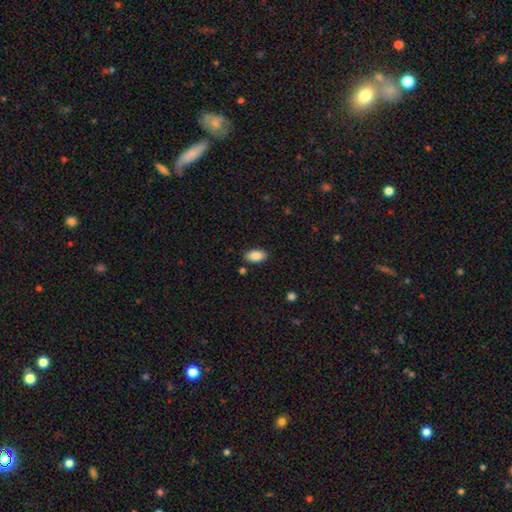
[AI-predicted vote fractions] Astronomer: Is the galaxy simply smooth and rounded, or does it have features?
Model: smooth — 87%.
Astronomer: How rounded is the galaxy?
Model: in between — 94%.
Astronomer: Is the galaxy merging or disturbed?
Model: none — 86%.